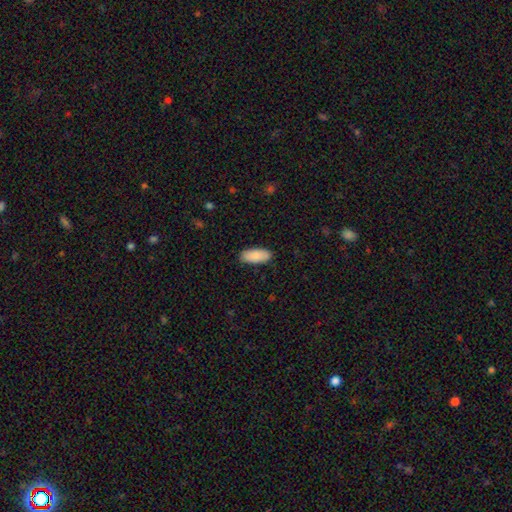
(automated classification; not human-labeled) A smooth galaxy with no disk features (89%) that is in between round and cigar-shaped (87%).

Vote fractions:
- Smooth or featured? smooth: 89% / star or artifact: 6% / featured or disk: 5%
- How rounded? in between: 87% / cigar-shaped: 11% / round: 2%
- Merging? none: 88% / minor disturbance: 9% / major disturbance: 2% / merger: 1%